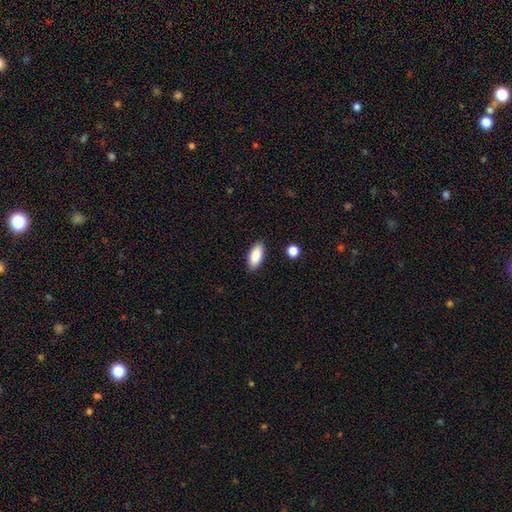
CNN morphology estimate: type=smooth (89%); roundness=in between (91%); merging=none (88%).